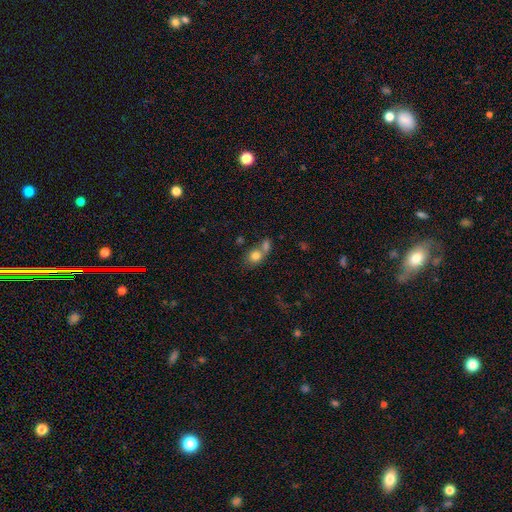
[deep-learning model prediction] A smooth galaxy with no disk features (79%) that is round (64%). Merging: merger (51%).